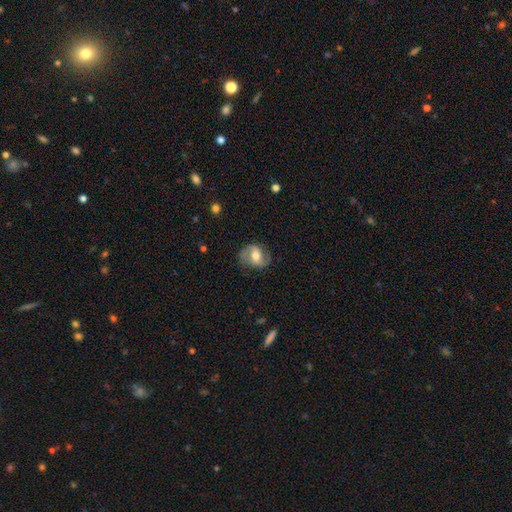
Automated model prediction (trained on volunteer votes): smooth_or_featured: featured or disk (p=0.70) [alt: smooth p=0.23]
disk_edge_on: no (p=0.97) [alt: yes p=0.03]
bar: weak (p=0.43) [alt: no p=0.33]
has_spiral_arms: yes (p=0.89) [alt: no p=0.11]
spiral_winding: medium (p=0.47) [alt: loose p=0.35]
spiral_arm_count: 2 (p=0.89) [alt: can't tell p=0.05]
bulge_size: moderate (p=0.69) [alt: small p=0.17]
merging: none (p=0.77) [alt: minor disturbance p=0.16]